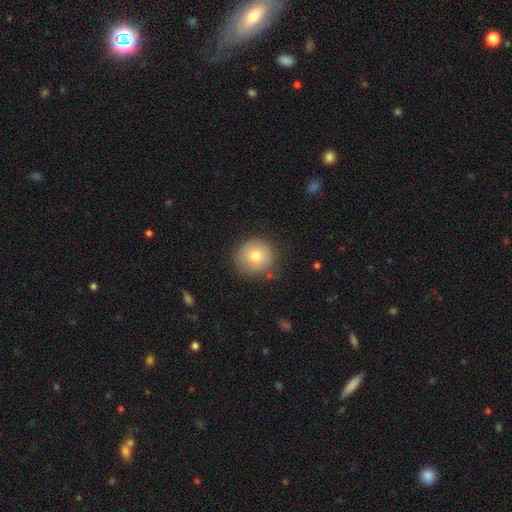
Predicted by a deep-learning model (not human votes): This appears to be a smooth galaxy with no disk features (73%) that is round (90%). Merging: none (73%).